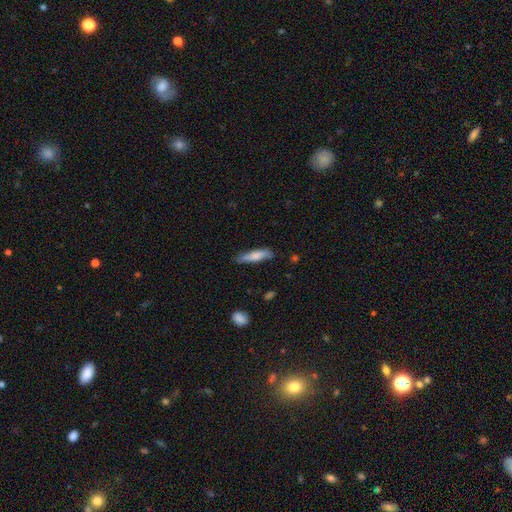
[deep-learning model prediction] This appears to be a smooth galaxy with no disk features (73%) that is cigar-shaped (81%). Merging: none (76%).